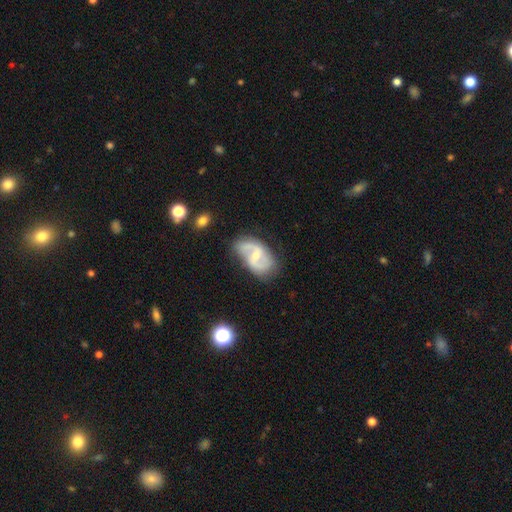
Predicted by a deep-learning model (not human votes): featured or disk 80%, smooth 15%, star or artifact 6%. Down the decision tree: edge-on disk — no (97%); bar — weak (53%); spiral arms — yes (91%); spiral arm count — 2 (87%); spiral winding — medium (45%); bulge size — small (53%); merging — none (68%).